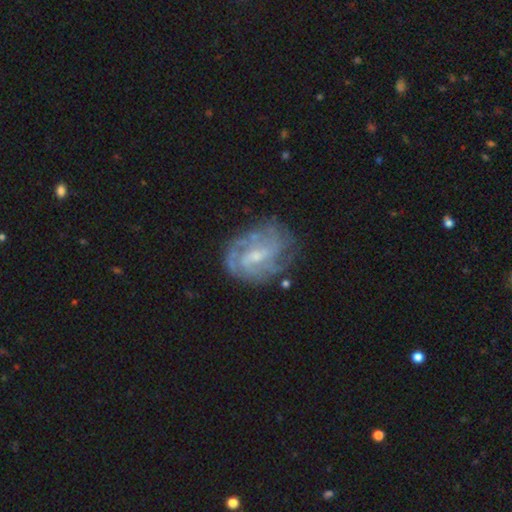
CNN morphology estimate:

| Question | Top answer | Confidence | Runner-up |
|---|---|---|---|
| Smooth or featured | featured or disk | 82% | smooth (12%) |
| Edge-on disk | no | 97% | yes (3%) |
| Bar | weak | 54% | no (31%) |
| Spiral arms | yes | 90% | no (10%) |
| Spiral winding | tight | 48% | medium (39%) |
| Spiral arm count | can't tell | 34% | 2 (24%) |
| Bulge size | small | 57% | moderate (33%) |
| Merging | none | 66% | minor disturbance (20%) |